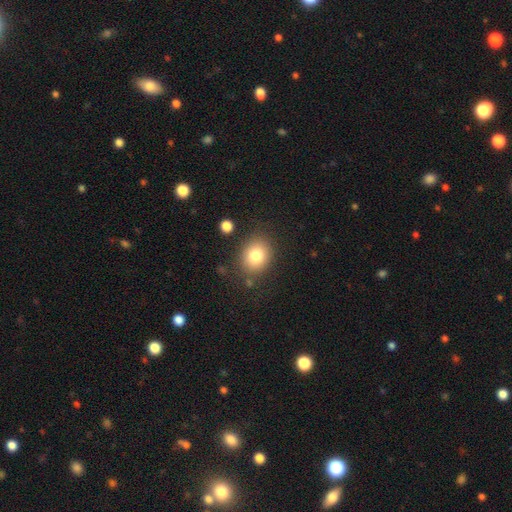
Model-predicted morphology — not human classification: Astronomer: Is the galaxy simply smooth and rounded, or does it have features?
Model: smooth — 80%.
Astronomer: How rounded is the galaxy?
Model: round — 56% (runner-up: in between, 43%).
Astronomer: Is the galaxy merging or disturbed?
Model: none — 82%.